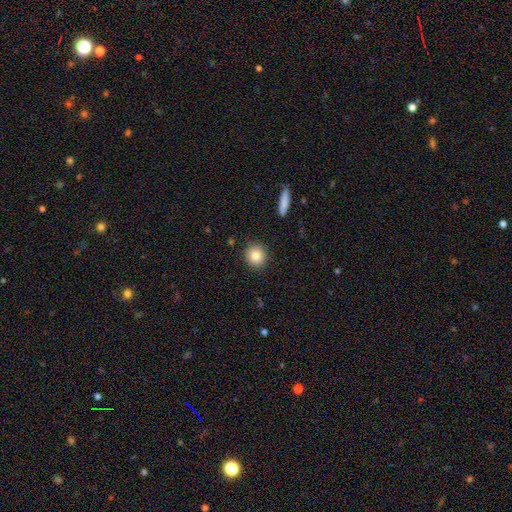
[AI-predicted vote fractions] Smooth or featured? smooth (84%)
How rounded? round (87%)
Merging? none (90%)